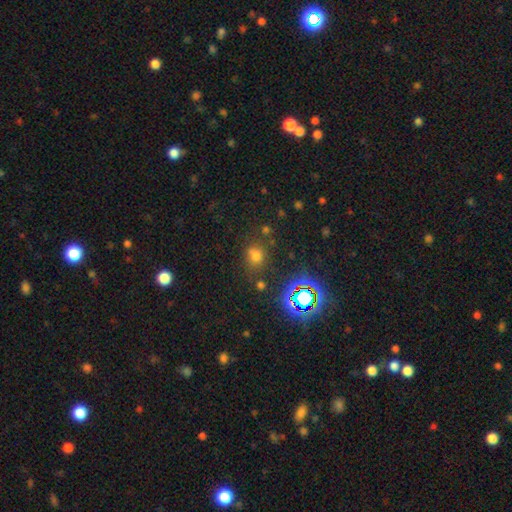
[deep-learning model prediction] The model was most divided on "smooth or featured": smooth: 62%, star or artifact: 30%, featured or disk: 8%. More confident: merging — none (69%); how rounded — round (66%).